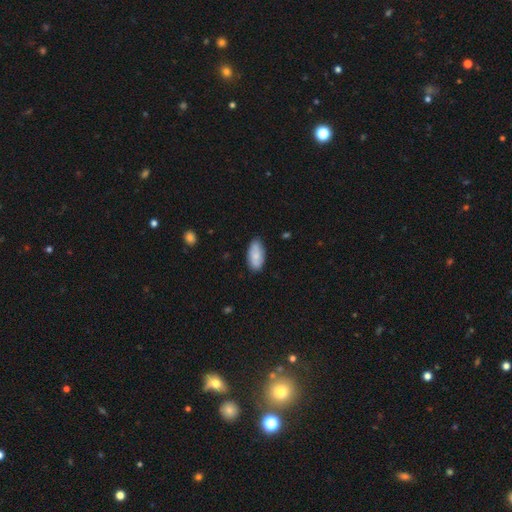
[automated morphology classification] Smooth or featured: smooth — 75% (featured or disk — 18%)
How rounded: in between — 93% (cigar-shaped — 5%)
Merging: none — 79% (minor disturbance — 17%)